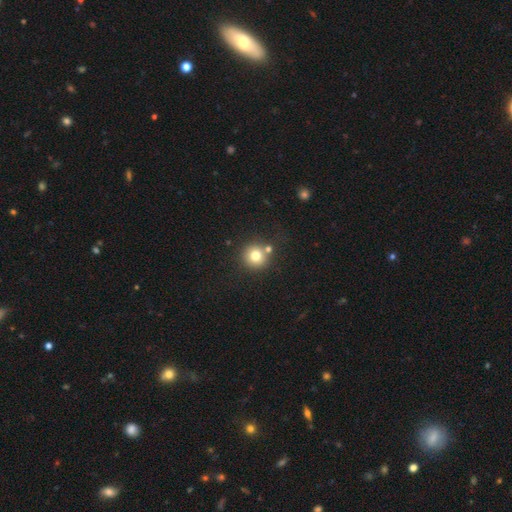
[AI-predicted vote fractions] A smooth galaxy with no disk features (77%) that is round (93%).

Vote fractions:
- Smooth or featured? smooth: 77% / star or artifact: 13% / featured or disk: 11%
- How rounded? round: 93% / in between: 6% / cigar-shaped: 1%
- Merging? none: 74% / merger: 14% / minor disturbance: 9% / major disturbance: 3%